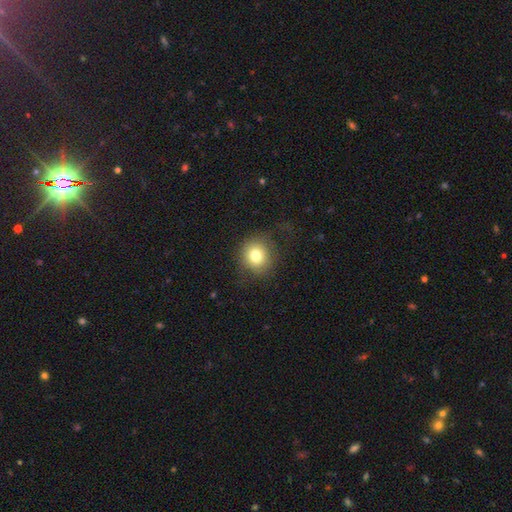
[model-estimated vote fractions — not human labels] A smooth galaxy with no disk features (76%) that is round (86%). Merging: none (71%).